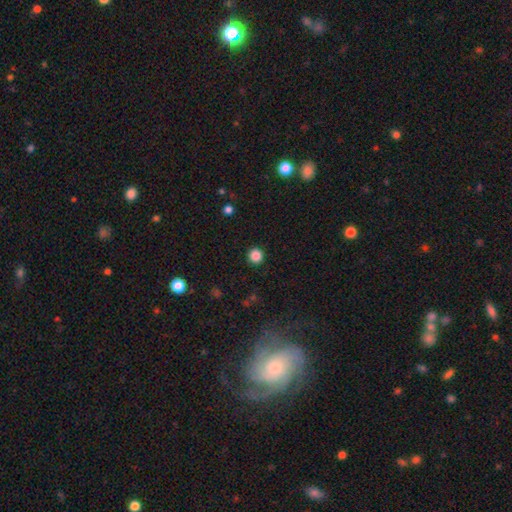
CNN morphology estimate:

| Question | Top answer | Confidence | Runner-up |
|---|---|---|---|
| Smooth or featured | smooth | 86% | star or artifact (11%) |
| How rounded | round | 94% | in between (5%) |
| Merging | none | 92% | minor disturbance (5%) |